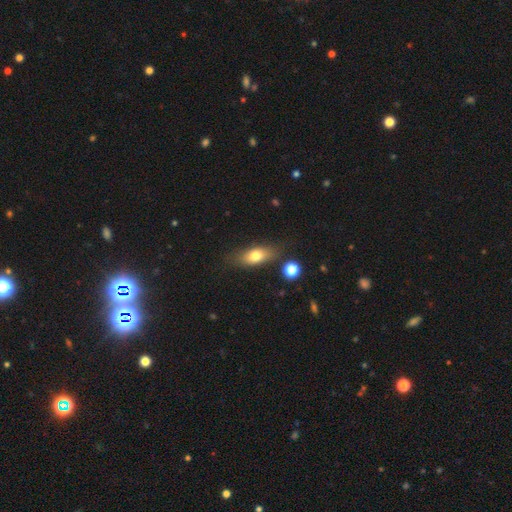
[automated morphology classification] type=smooth (72%); roundness=in between (73%); merging=none (74%).